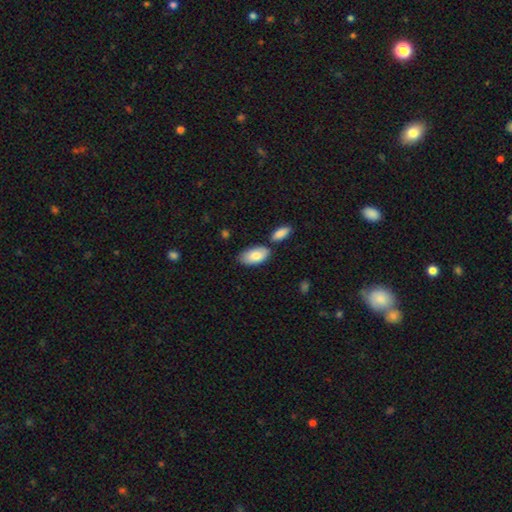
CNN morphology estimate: The model was most divided on "merging": none: 69%, minor disturbance: 15%, merger: 12%, major disturbance: 3%. More confident: how rounded — in between (94%); smooth or featured — smooth (81%).